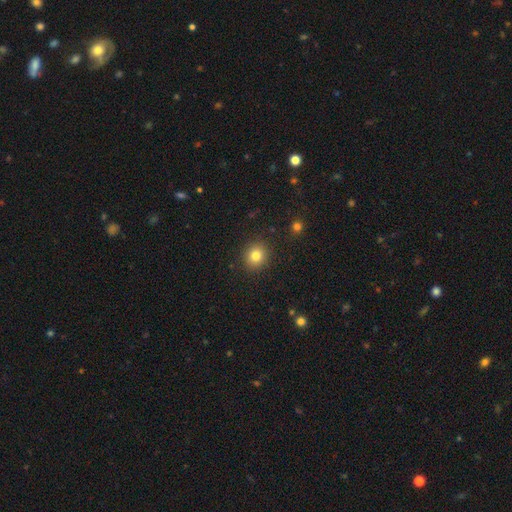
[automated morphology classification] Smooth or featured? smooth (81%)
How rounded? round (84%)
Merging? none (90%)